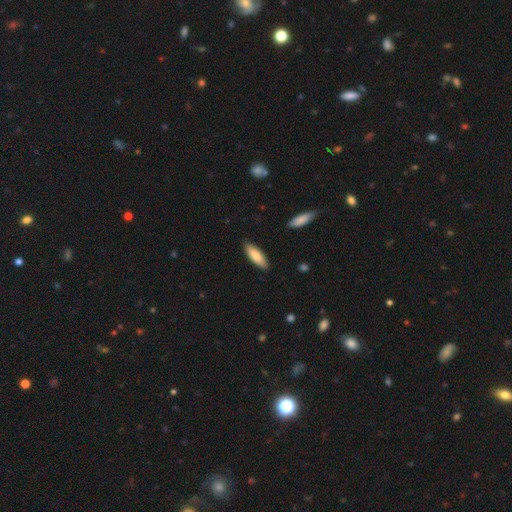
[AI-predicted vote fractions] smooth_or_featured: smooth (p=0.82) [alt: featured or disk p=0.13]
how_rounded: in between (p=0.62) [alt: cigar-shaped p=0.37]
merging: none (p=0.87) [alt: minor disturbance p=0.09]